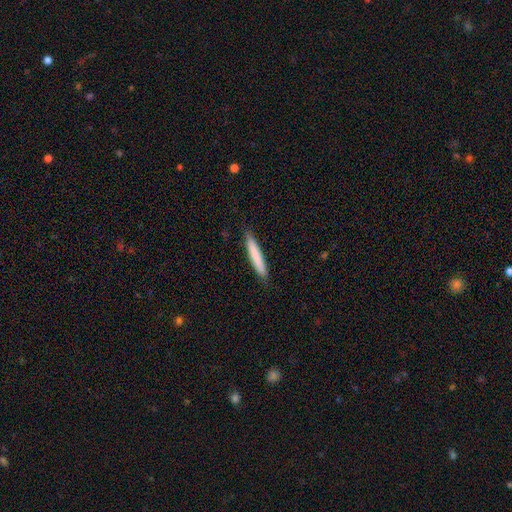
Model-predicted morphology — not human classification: Smooth or featured?
  - smooth: 77% *
  - featured or disk: 17%
  - star or artifact: 6%
How rounded?
  - cigar-shaped: 95% *
  - in between: 4%
  - round: 1%
Merging?
  - none: 88% *
  - minor disturbance: 9%
  - major disturbance: 2%
  - merger: 1%